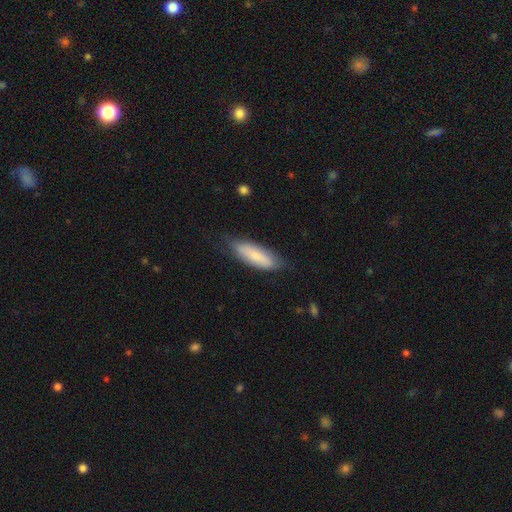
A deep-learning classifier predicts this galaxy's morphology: This appears to be a smooth galaxy with no disk features (77%) that is in between round and cigar-shaped (56%). Merging: none (73%).